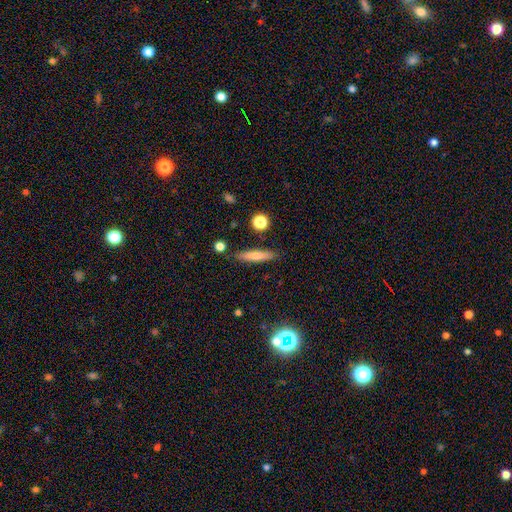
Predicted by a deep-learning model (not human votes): Smooth or featured: smooth — 72% (featured or disk — 21%)
How rounded: cigar-shaped — 85% (in between — 13%)
Merging: none — 86% (minor disturbance — 9%)